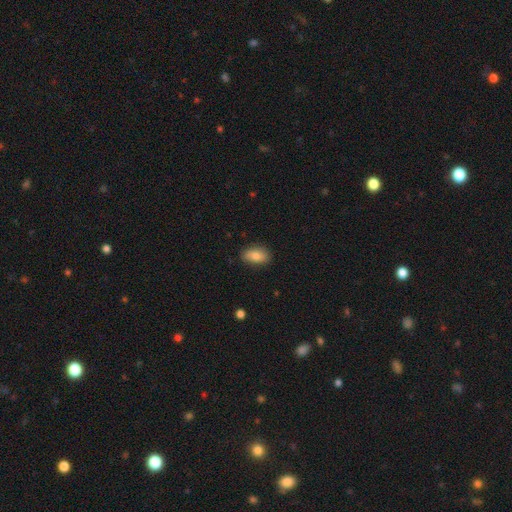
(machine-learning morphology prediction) This appears to be a smooth galaxy with no disk features (81%) that is in between round and cigar-shaped (89%). Merging: none (84%).